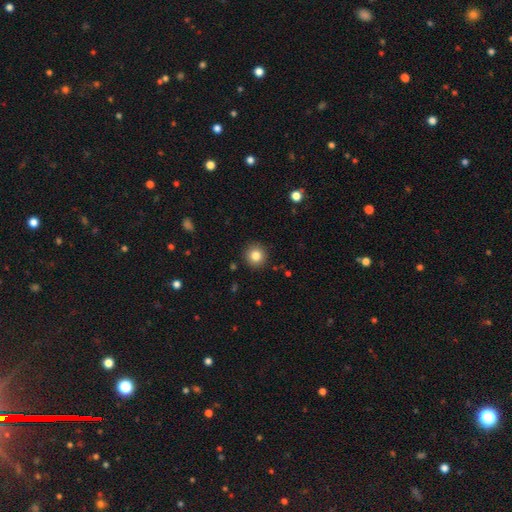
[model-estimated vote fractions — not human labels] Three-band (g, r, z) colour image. It shows a smooth galaxy with no disk features (83%) that is round (94%). Merging: none (91%).